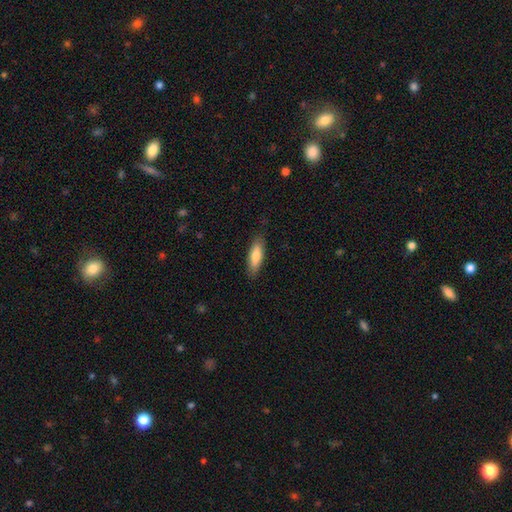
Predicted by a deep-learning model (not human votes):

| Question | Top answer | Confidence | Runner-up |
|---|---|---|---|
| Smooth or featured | smooth | 78% | featured or disk (16%) |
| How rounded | in between | 51% | cigar-shaped (47%) |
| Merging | none | 84% | minor disturbance (12%) |